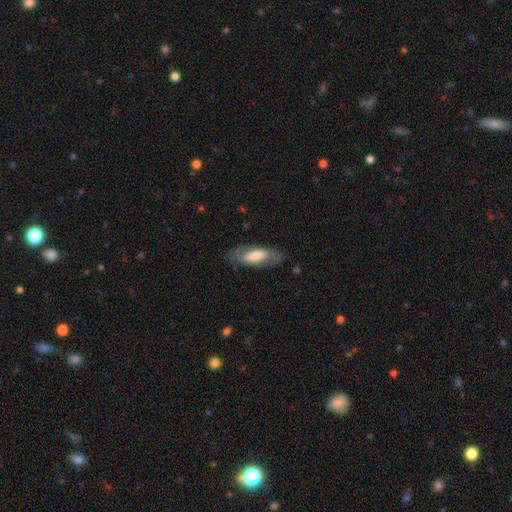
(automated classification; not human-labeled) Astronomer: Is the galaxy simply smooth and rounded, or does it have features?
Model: smooth — 49% (runner-up: featured or disk, 45%).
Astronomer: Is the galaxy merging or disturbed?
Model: none — 75%.